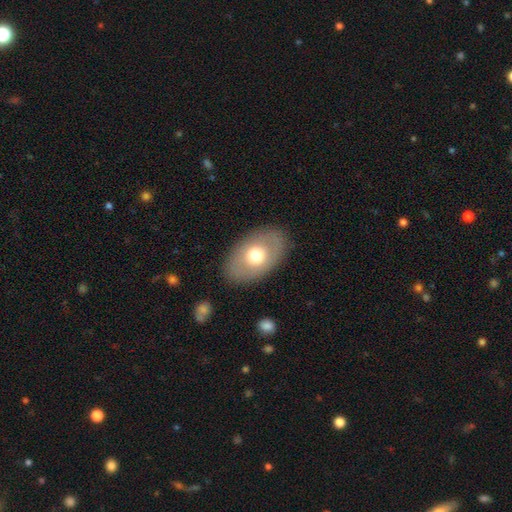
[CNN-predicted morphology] A smooth galaxy with no disk features (60%) that is in between round and cigar-shaped (86%). Merging: none (85%).